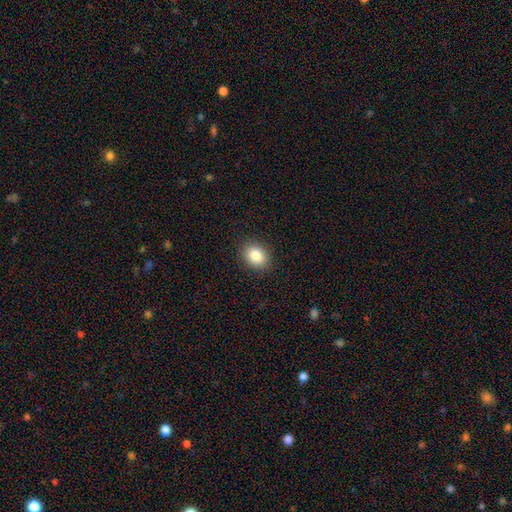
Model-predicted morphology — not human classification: This is clearly a smooth galaxy (85%). How rounded: possibly in between (58%). Merging: clearly none (89%).